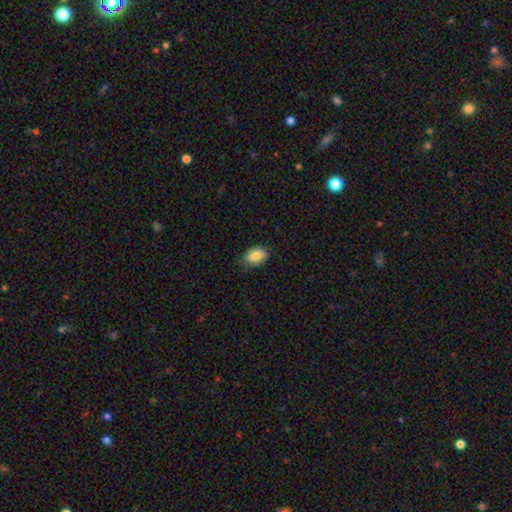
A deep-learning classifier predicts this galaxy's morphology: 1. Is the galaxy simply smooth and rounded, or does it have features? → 83% smooth, 10% featured or disk, 7% star or artifact.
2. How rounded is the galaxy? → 83% in between, 16% round, 1% cigar-shaped.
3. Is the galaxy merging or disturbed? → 72% none, 23% minor disturbance, 4% major disturbance, 1% merger.